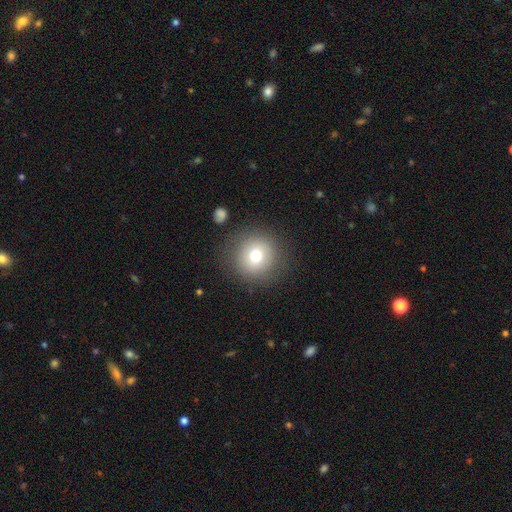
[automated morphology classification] A smooth galaxy with no disk features (73%) that is round (94%). Merging: none (85%).